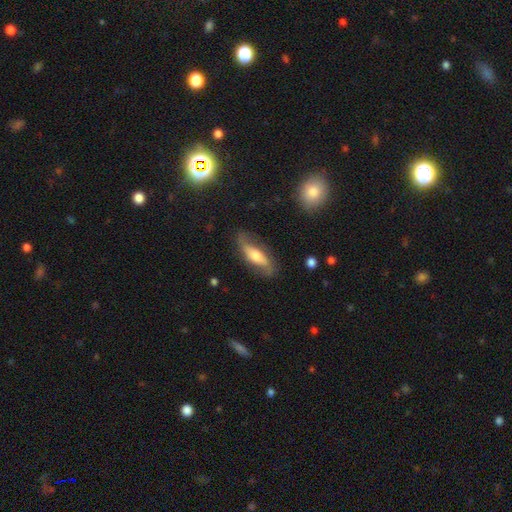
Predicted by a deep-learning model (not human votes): Morphology: type=featured or disk (49%); merging=none (72%).